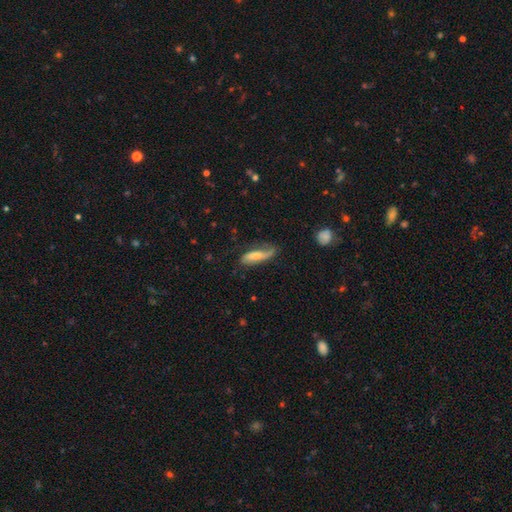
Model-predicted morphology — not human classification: The model was most divided on "how rounded": cigar-shaped: 52%, in between: 45%, round: 2%. Remaining: smooth or featured — smooth (54%); merging — none (44%).